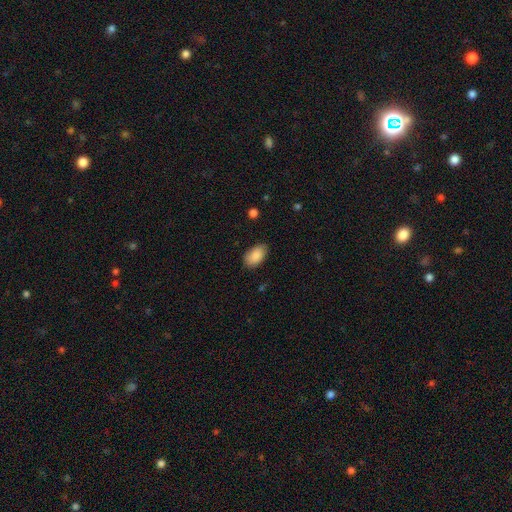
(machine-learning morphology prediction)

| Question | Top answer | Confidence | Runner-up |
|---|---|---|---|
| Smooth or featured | smooth | 88% | star or artifact (7%) |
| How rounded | in between | 93% | round (6%) |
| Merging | none | 80% | minor disturbance (16%) |